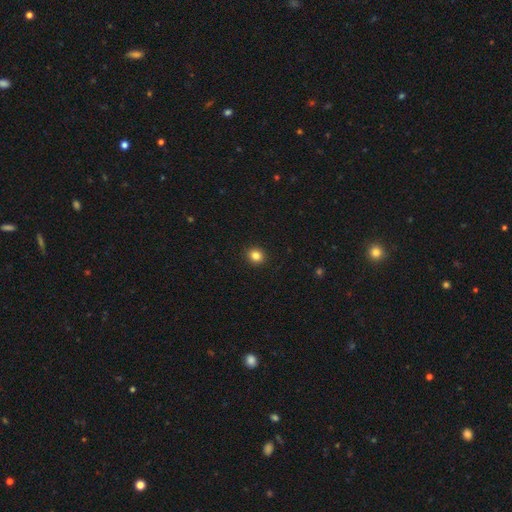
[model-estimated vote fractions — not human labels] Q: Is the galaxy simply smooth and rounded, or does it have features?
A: smooth — 84%.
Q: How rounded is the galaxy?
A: round — 82%.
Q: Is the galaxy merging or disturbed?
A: none — 92%.